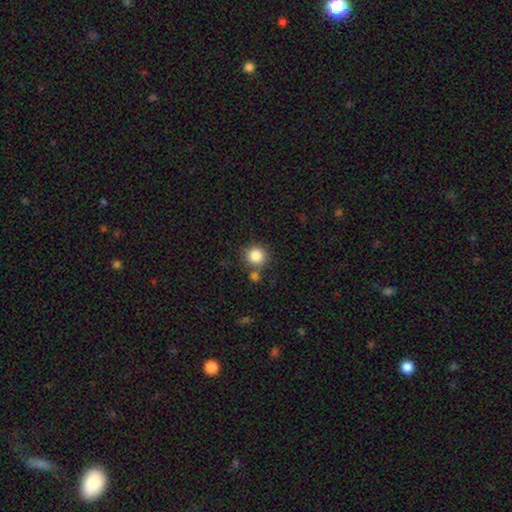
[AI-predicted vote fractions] Smooth or featured?
  - smooth: 85% *
  - star or artifact: 10%
  - featured or disk: 5%
How rounded?
  - round: 92% *
  - in between: 7%
  - cigar-shaped: 1%
Merging?
  - none: 73% *
  - merger: 14%
  - minor disturbance: 10%
  - major disturbance: 3%